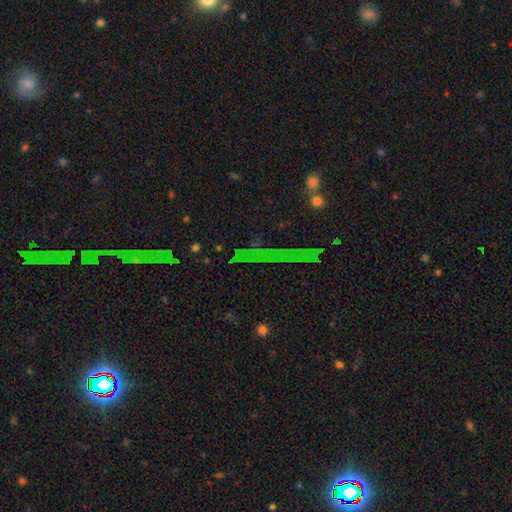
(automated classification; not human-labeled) Smooth or featured: star or artifact — 70% (smooth — 16%)